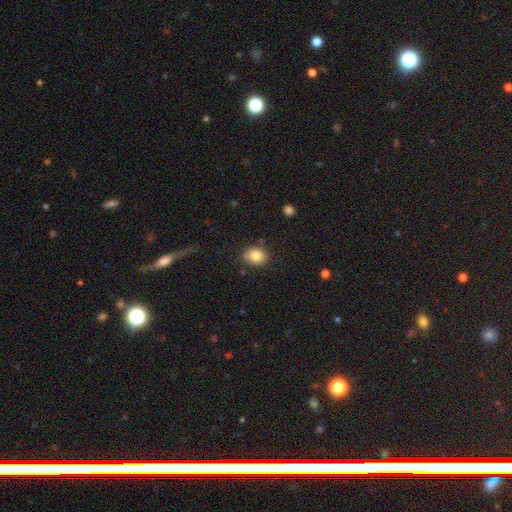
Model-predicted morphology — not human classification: A smooth galaxy with no disk features (83%) that is in between round and cigar-shaped (50%). Merging: none (79%).